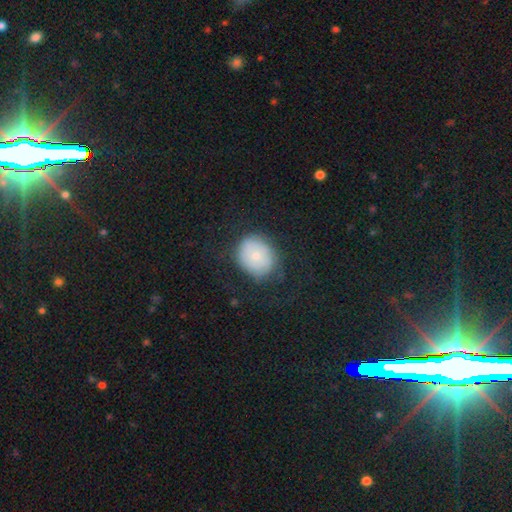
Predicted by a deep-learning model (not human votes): Smooth or featured? smooth (65%)
How rounded? round (65%)
Merging? none (70%)